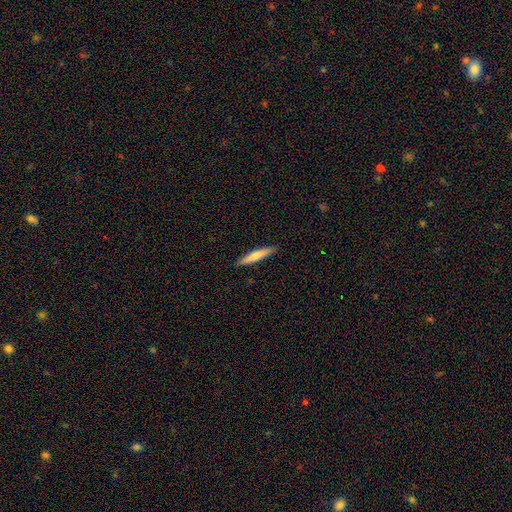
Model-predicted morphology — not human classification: Smooth or featured? smooth (69%)
How rounded? cigar-shaped (91%)
Merging? none (90%)